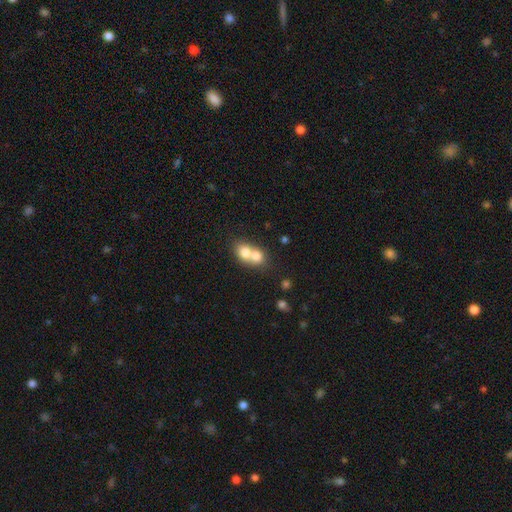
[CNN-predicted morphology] type=smooth (71%); roundness=round (59%); merging=merger (73%).